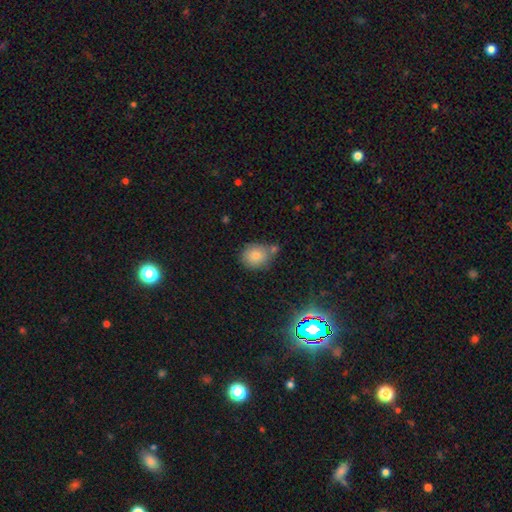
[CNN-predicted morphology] type=smooth (79%); roundness=round (71%); merging=none (62%).